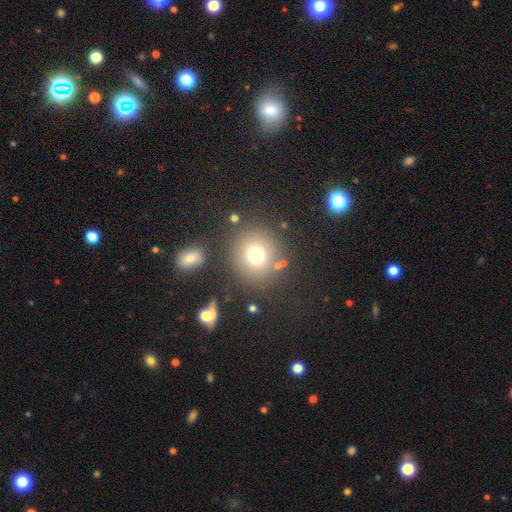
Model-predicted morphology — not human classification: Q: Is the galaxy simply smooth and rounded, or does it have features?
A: smooth — 72%.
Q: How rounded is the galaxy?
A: round — 87%.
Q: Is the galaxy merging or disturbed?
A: none — 81%.